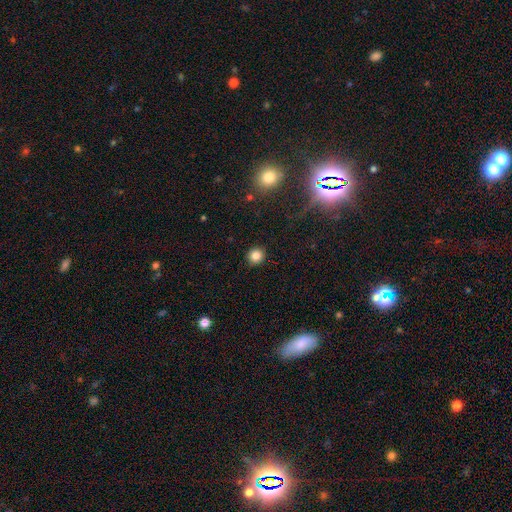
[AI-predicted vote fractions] smooth 83%, star or artifact 12%, featured or disk 5%. Down the decision tree: how rounded — round (92%); merging — none (91%).